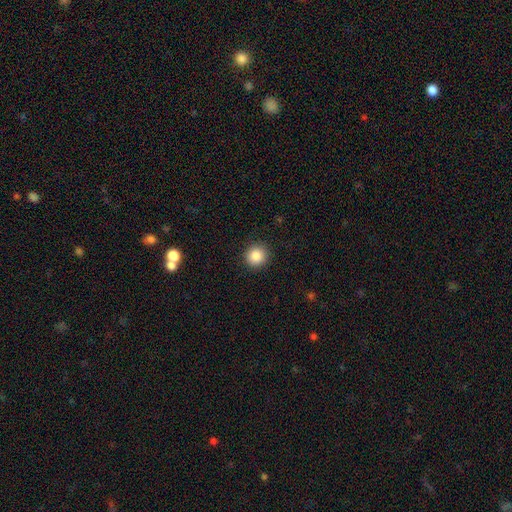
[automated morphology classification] Smooth or featured? Predicted: smooth (p=0.87). How rounded? Predicted: round (p=0.93). Merging? Predicted: none (p=0.92).